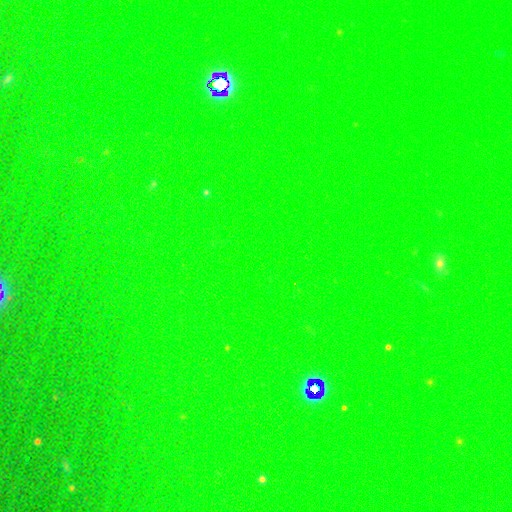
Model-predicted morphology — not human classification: A star or artifact, not a galaxy (76%).